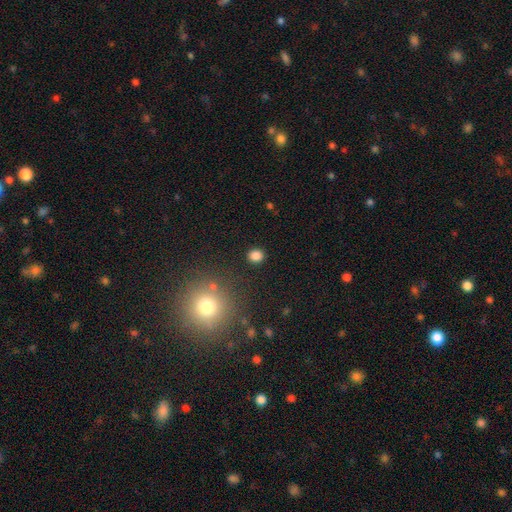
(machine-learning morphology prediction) smooth_or_featured: smooth (p=0.83) [alt: star or artifact p=0.12]
how_rounded: round (p=0.78) [alt: in between p=0.21]
merging: none (p=0.88) [alt: minor disturbance p=0.07]